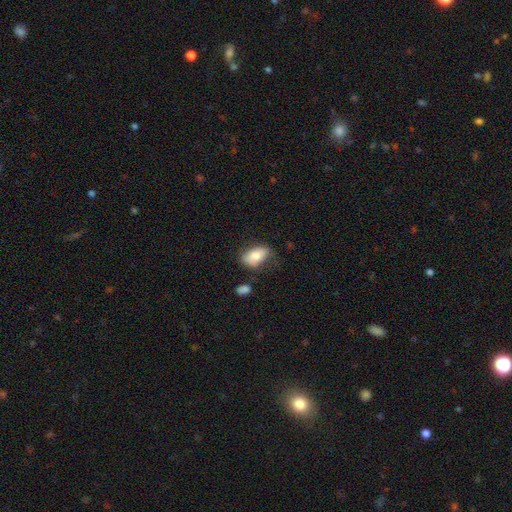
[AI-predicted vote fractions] smooth 77%, featured or disk 16%, star or artifact 7%. Down the decision tree: how rounded — in between (91%); merging — none (66%).